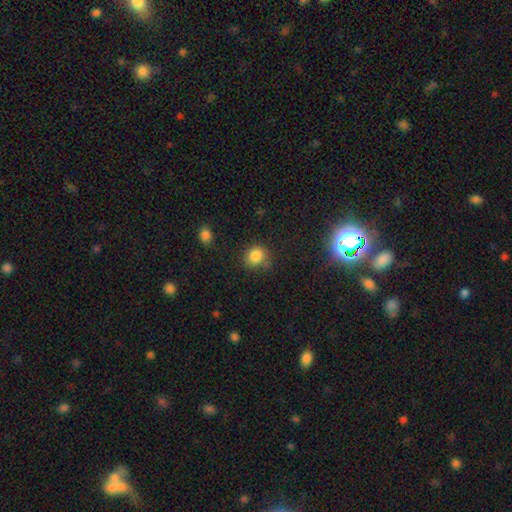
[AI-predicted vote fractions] Smooth or featured? smooth (83%)
How rounded? round (71%)
Merging? none (72%)